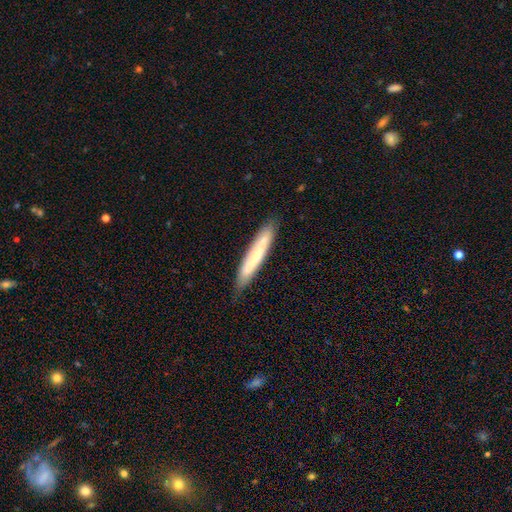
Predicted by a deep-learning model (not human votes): smooth-or-featured: smooth: 59% | featured or disk: 35% | star or artifact: 6%
  how-rounded: cigar-shaped: 91% | in between: 8% | round: 1%
  merging: none: 84% | minor disturbance: 13% | major disturbance: 2% | merger: 1%